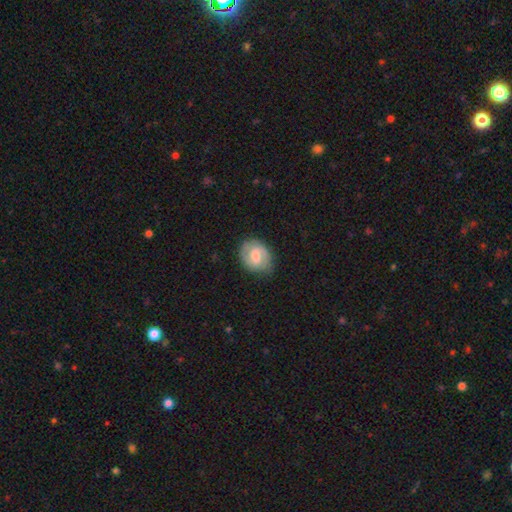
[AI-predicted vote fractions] A featured or disk galaxy (68%) with a weak bar (56%), 2 (84%) medium (45%) spiral arms (90%) and a moderate central bulge (58%). Merging: none (79%).